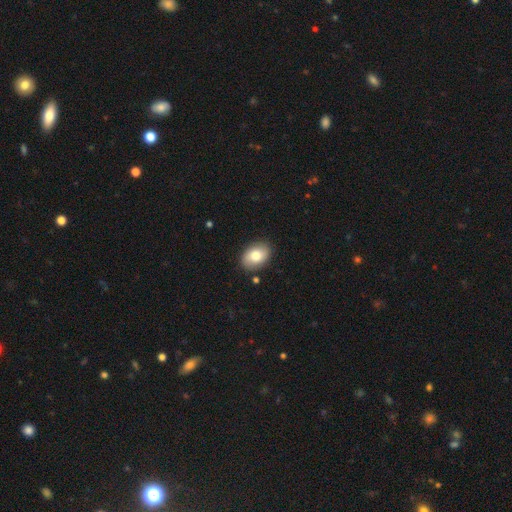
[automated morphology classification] smooth_or_featured: smooth (p=0.79) [alt: featured or disk p=0.14]
how_rounded: in between (p=0.82) [alt: round p=0.17]
merging: none (p=0.86) [alt: minor disturbance p=0.10]